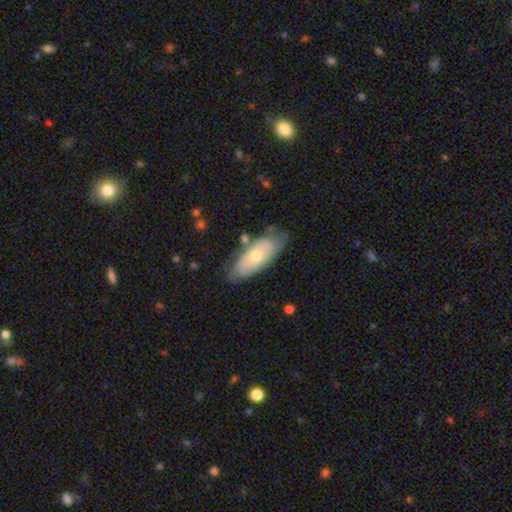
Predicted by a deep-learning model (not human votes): Smooth or featured: smooth — 60% (featured or disk — 34%)
How rounded: in between — 82% (cigar-shaped — 16%)
Merging: none — 70% (minor disturbance — 21%)